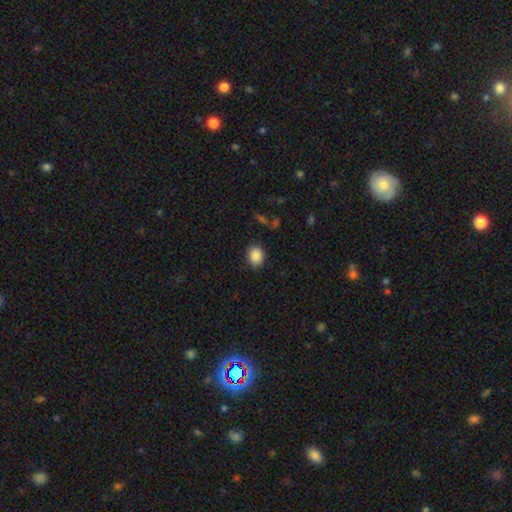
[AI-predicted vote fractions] smooth 88%, star or artifact 9%, featured or disk 3%. Down the decision tree: how rounded — round (55%); merging — none (87%).